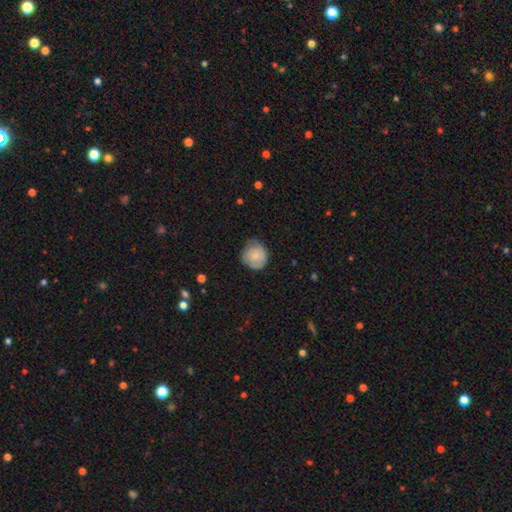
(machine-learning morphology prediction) Q: Smooth or featured?
A: smooth (74%); runner-up: featured or disk (20%)
Q: How rounded?
A: round (85%); runner-up: in between (14%)
Q: Merging?
A: none (59%); runner-up: minor disturbance (33%)